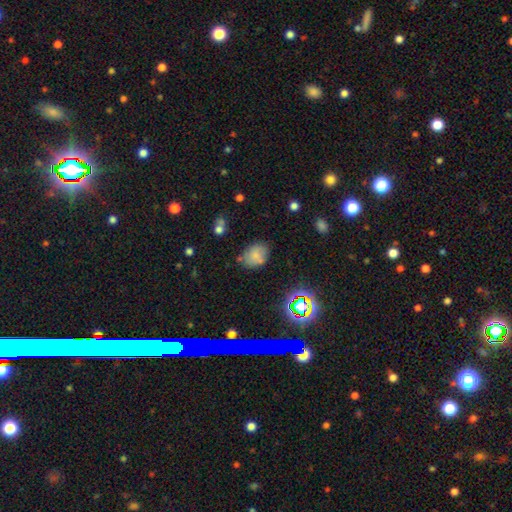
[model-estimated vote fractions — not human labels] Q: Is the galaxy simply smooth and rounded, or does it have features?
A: smooth — 72%.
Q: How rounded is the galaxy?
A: in between — 67%.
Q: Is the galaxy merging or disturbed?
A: none — 66%.